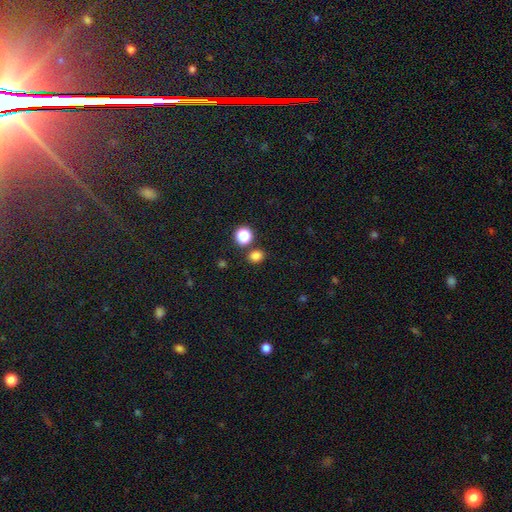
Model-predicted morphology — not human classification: Smooth or featured?
  - smooth: 80% *
  - star or artifact: 16%
  - featured or disk: 4%
How rounded?
  - round: 68% *
  - in between: 31%
  - cigar-shaped: 1%
Merging?
  - none: 79% *
  - merger: 10%
  - minor disturbance: 8%
  - major disturbance: 3%